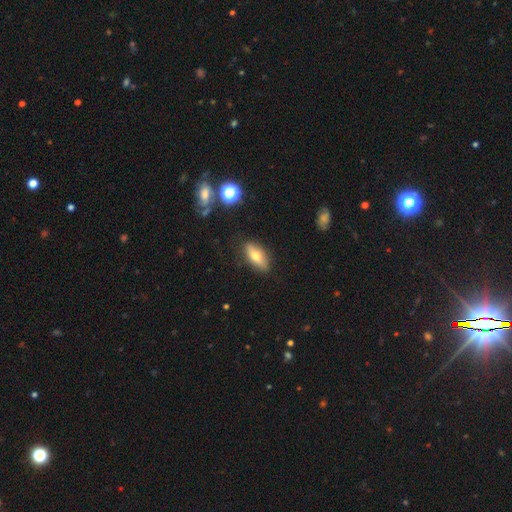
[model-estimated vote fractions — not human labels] Overall: smooth (64%; featured or disk 28%). How rounded: in between (75%). Merging: none (84%).